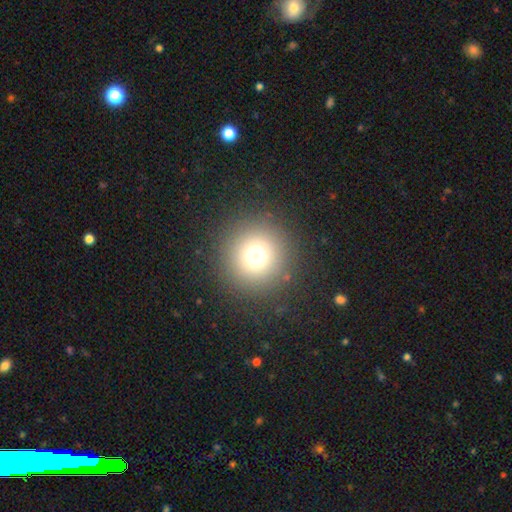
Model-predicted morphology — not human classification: Smooth or featured? Predicted: smooth (p=0.70). How rounded? Predicted: round (p=0.96). Merging? Predicted: none (p=0.89).